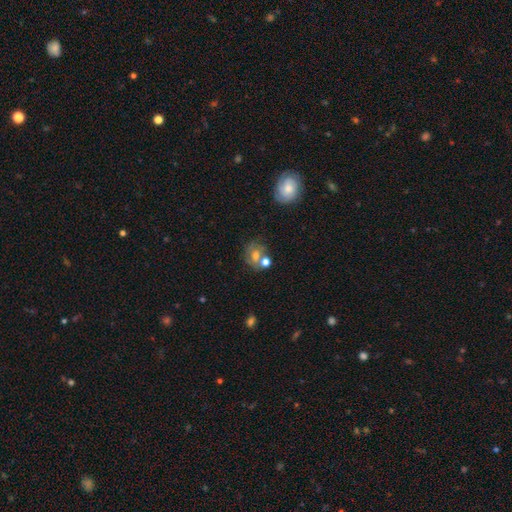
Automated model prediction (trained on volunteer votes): smooth_or_featured: smooth (p=0.50) [alt: featured or disk p=0.33]
merging: none (p=0.54) [alt: merger p=0.22]